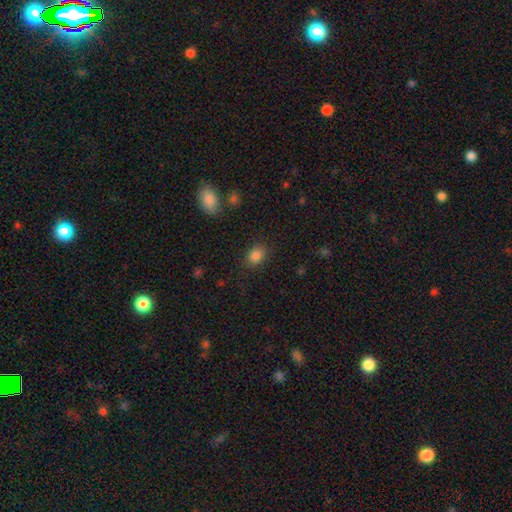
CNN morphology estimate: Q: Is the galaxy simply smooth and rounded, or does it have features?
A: smooth — 84%.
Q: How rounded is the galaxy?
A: in between — 65%.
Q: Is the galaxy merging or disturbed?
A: none — 84%.